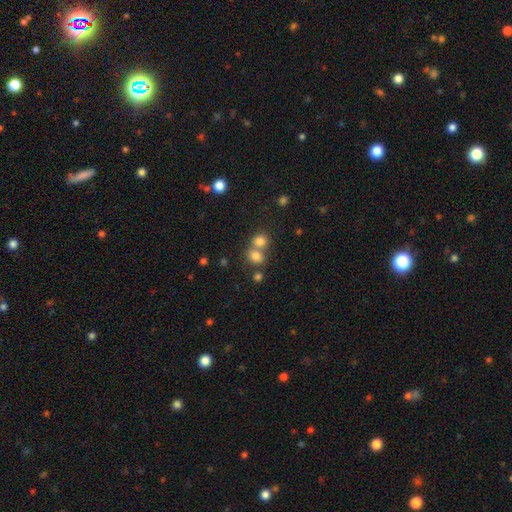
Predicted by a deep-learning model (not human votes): Overall: smooth (77%). How rounded: round (54%; in between 45%). Merging: merger (54%; none 35%).